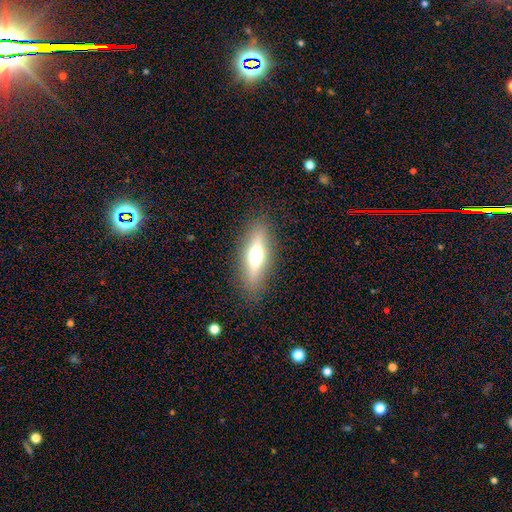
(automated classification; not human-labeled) Q: Smooth or featured?
A: featured or disk (51%); runner-up: smooth (41%)
Q: Edge-on disk?
A: yes (85%); runner-up: no (15%)
Q: Merging?
A: none (86%); runner-up: minor disturbance (9%)